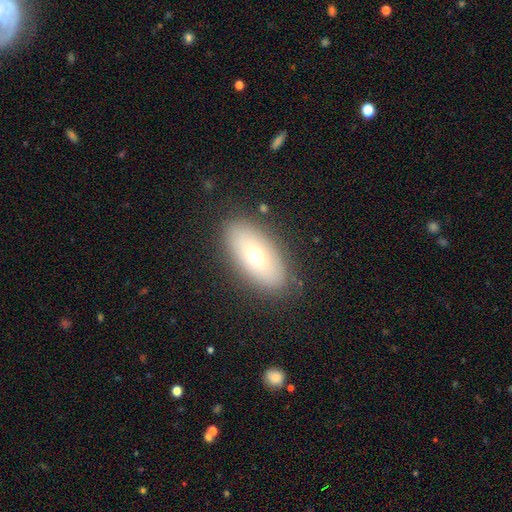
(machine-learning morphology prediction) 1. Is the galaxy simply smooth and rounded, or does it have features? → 64% smooth, 27% featured or disk, 8% star or artifact.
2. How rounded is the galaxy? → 89% in between, 6% cigar-shaped, 5% round.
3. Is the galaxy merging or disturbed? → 85% none, 10% minor disturbance, 4% major disturbance, 1% merger.